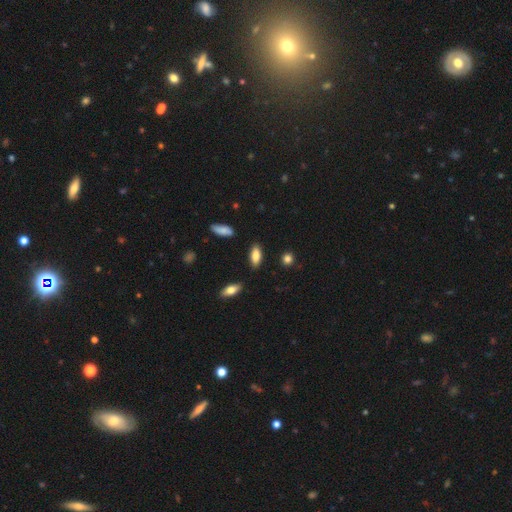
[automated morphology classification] Smooth or featured? smooth (81%)
How rounded? in between (76%)
Merging? none (84%)